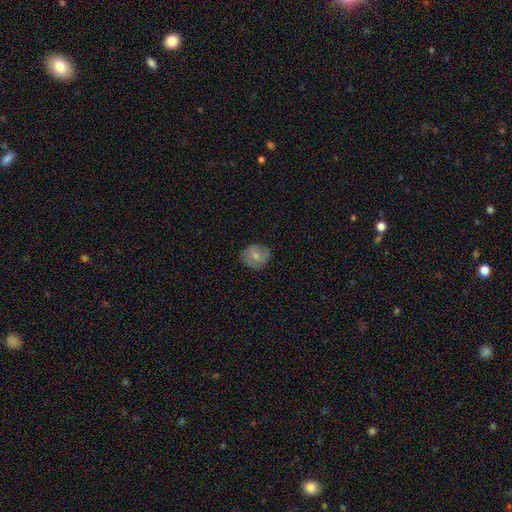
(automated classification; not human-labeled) This appears to be a smooth galaxy with no disk features (63%) that is round (77%). Merging: none (79%).